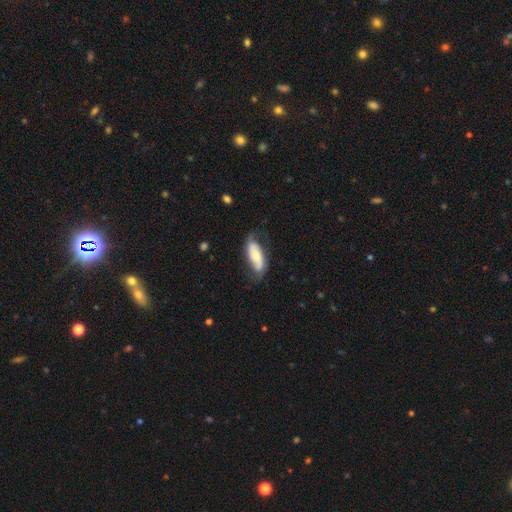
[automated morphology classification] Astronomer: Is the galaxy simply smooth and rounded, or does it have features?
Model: smooth — 48% (runner-up: featured or disk, 46%).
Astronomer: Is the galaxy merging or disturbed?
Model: none — 62%.